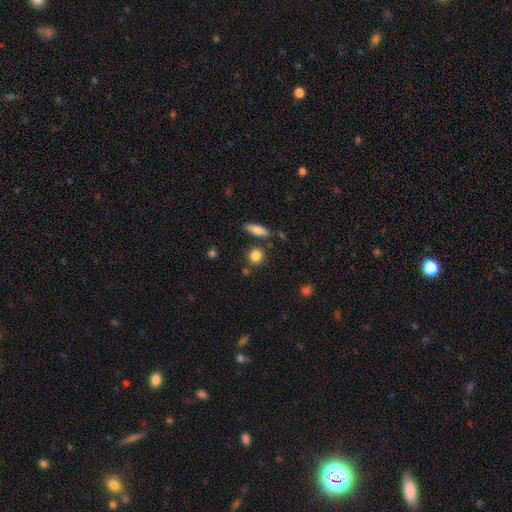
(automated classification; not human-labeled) The model was most divided on "how rounded": round: 80%, in between: 17%, cigar-shaped: 3%. More confident: smooth or featured — smooth (84%); merging — none (79%).